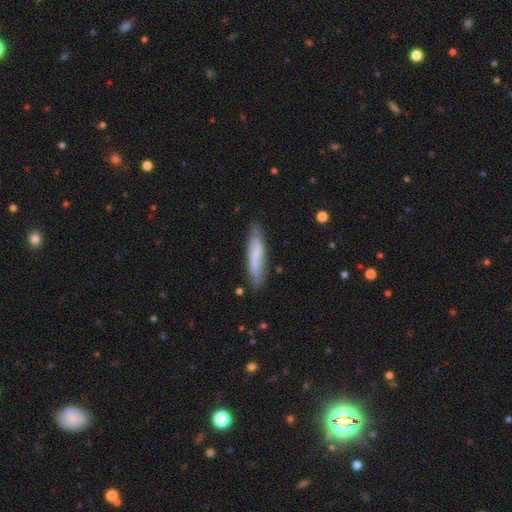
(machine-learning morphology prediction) This appears to be a smooth galaxy with no disk features (57%) that is cigar-shaped (81%). Merging: none (78%).